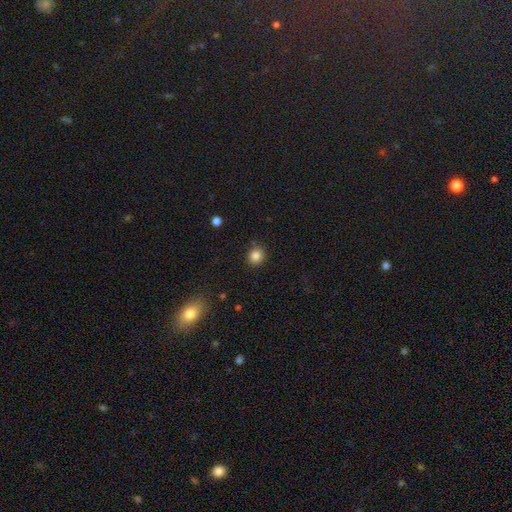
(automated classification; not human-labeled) Smooth or featured?
  - smooth: 85% *
  - star or artifact: 11%
  - featured or disk: 4%
How rounded?
  - round: 79% *
  - in between: 20%
  - cigar-shaped: 1%
Merging?
  - none: 88% *
  - minor disturbance: 8%
  - major disturbance: 2%
  - merger: 2%